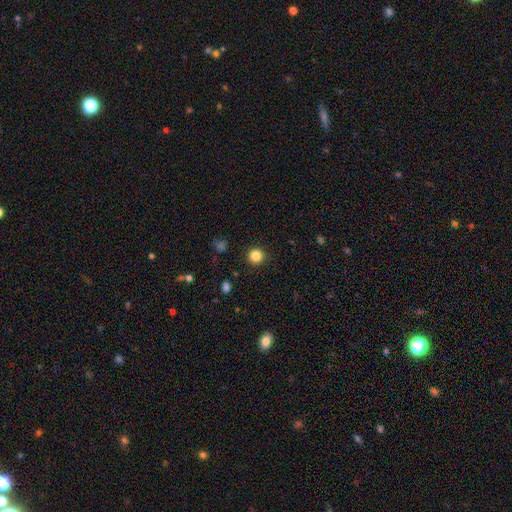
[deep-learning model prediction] The model was most divided on "smooth or featured": smooth: 84%, star or artifact: 12%, featured or disk: 4%. More confident: how rounded — round (95%); merging — none (92%).